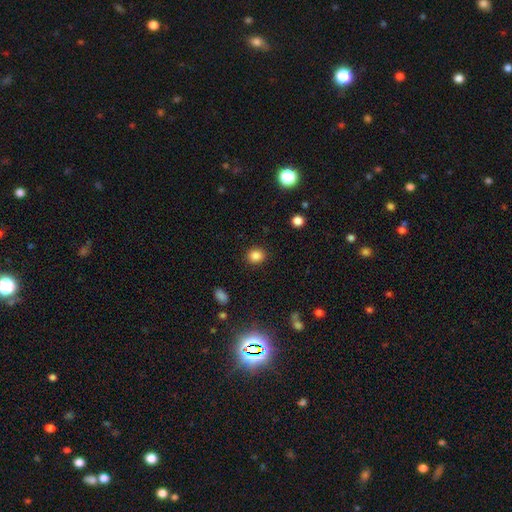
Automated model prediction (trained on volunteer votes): This is clearly a smooth galaxy (85%). How rounded: likely round (74%). Merging: clearly none (90%).